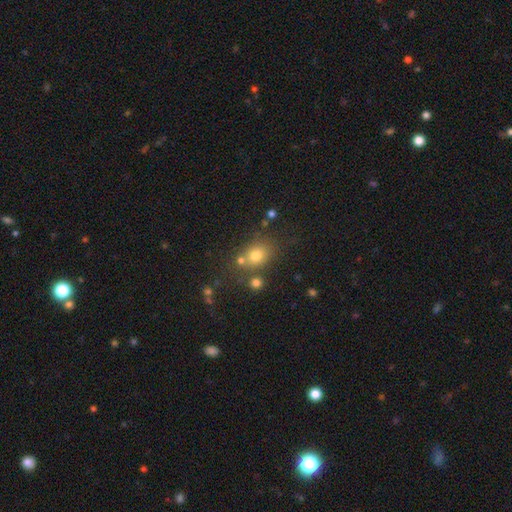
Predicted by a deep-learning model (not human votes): A smooth galaxy with no disk features (72%) that is round (61%). Merging: none (63%).